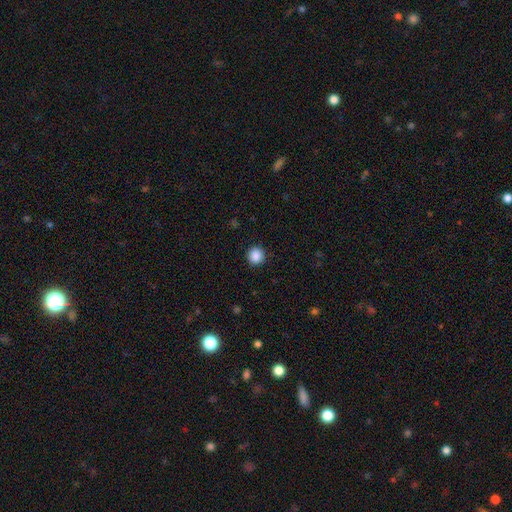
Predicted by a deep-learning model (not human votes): Smooth or featured? smooth (88%)
How rounded? round (92%)
Merging? none (91%)